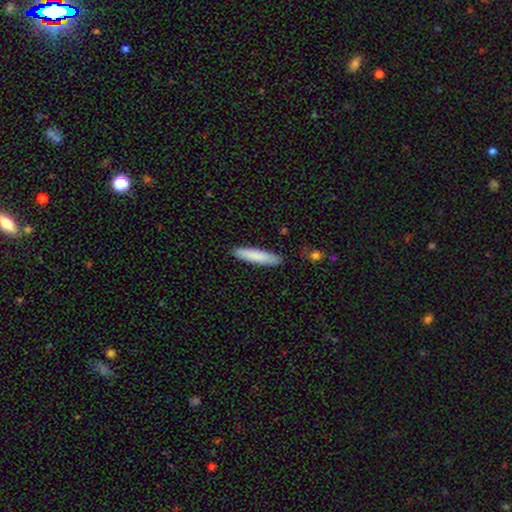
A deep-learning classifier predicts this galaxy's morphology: Smooth or featured: smooth — 84% (featured or disk — 10%)
How rounded: cigar-shaped — 86% (in between — 13%)
Merging: none — 89% (minor disturbance — 8%)